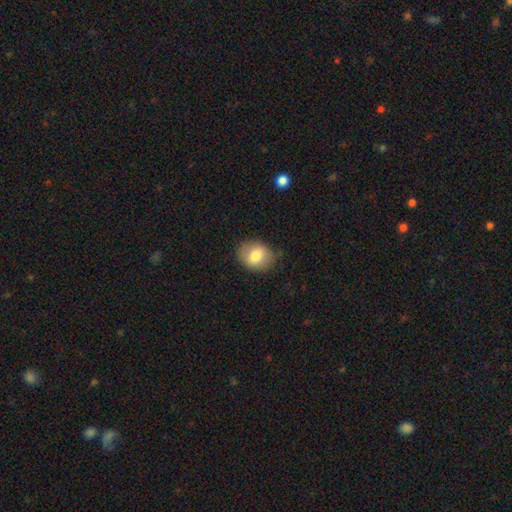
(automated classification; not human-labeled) The model was most divided on "how rounded": in between: 51%, round: 48%, cigar-shaped: 1%. More confident: merging — none (78%); smooth or featured — smooth (76%).